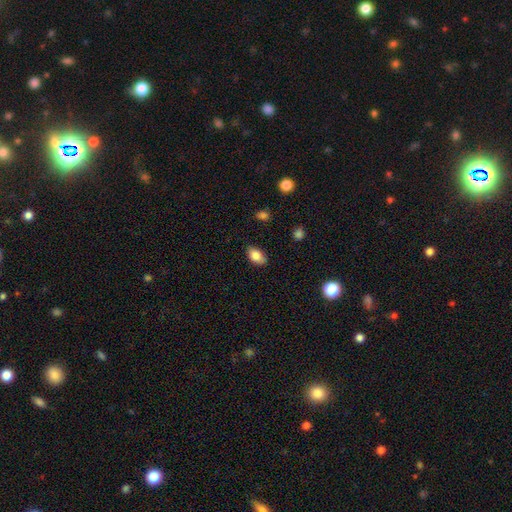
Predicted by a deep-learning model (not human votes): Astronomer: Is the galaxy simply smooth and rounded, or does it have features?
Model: smooth — 84%.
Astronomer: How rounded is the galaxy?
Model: in between — 91%.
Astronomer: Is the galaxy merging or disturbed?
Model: none — 83%.